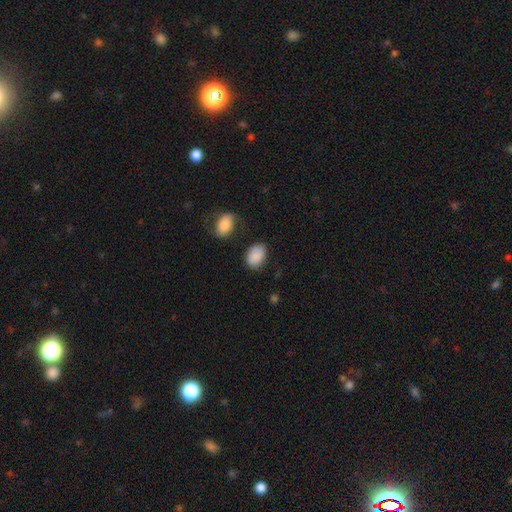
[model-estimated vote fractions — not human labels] Morphology: type=smooth (89%); roundness=in between (85%); merging=none (75%).